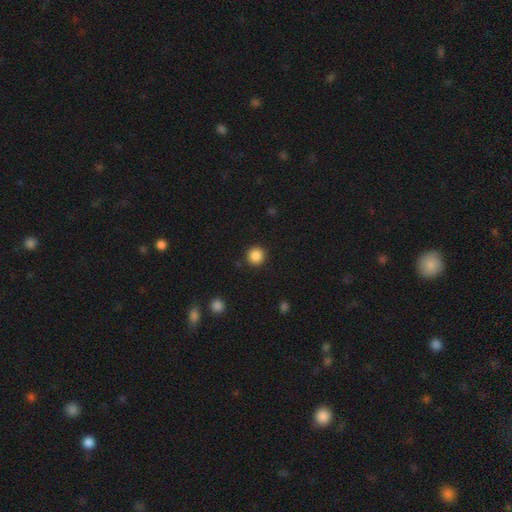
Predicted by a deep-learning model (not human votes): smooth_or_featured: smooth (p=0.87) [alt: star or artifact p=0.10]
how_rounded: round (p=0.95) [alt: in between p=0.04]
merging: none (p=0.92) [alt: minor disturbance p=0.05]